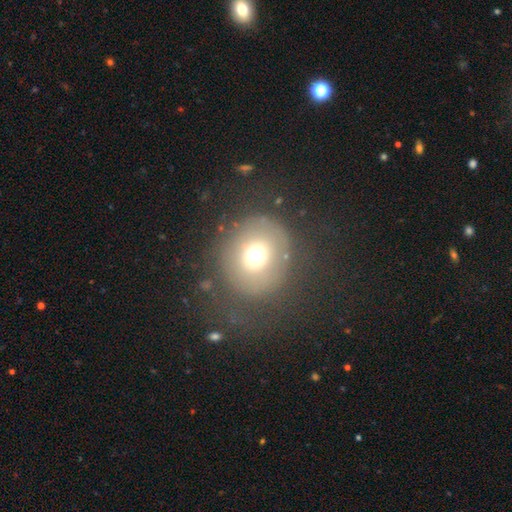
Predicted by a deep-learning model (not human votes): A smooth galaxy with no disk features (67%) that is round (88%). Merging: none (65%).